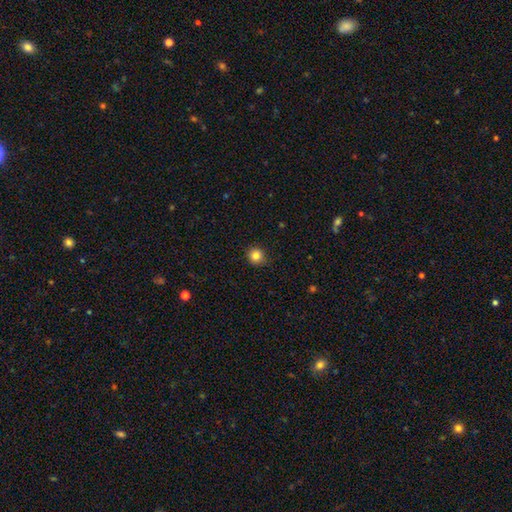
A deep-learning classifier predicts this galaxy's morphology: smooth_or_featured: smooth (p=0.83) [alt: star or artifact p=0.11]
how_rounded: round (p=0.91) [alt: in between p=0.08]
merging: none (p=0.88) [alt: minor disturbance p=0.09]